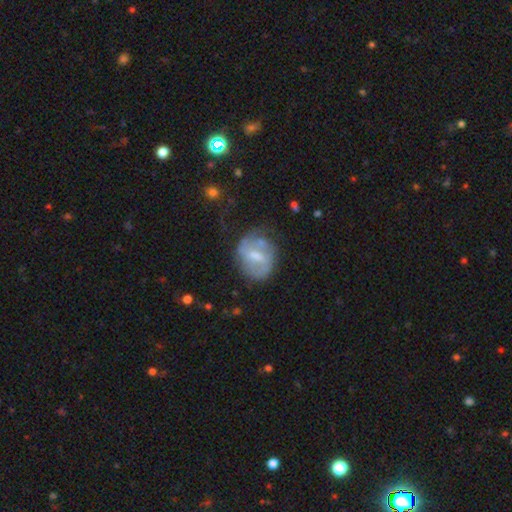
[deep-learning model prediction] This appears to be a featured or disk galaxy (56%) with a weak bar (52%), spiral arms (51%) and a moderate central bulge (44%). Merging: none (52%).